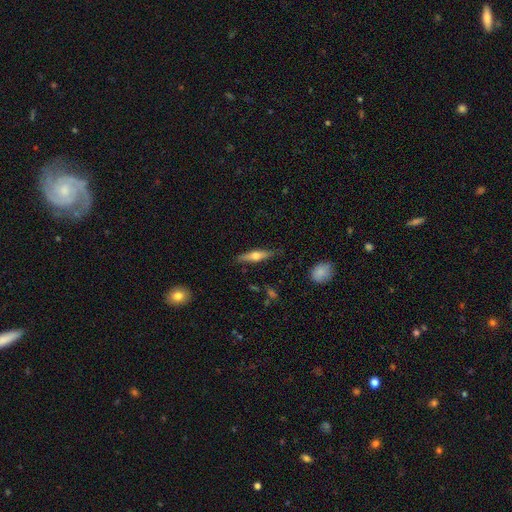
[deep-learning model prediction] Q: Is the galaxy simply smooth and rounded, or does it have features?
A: featured or disk — 52%.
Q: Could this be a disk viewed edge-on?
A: yes — 93%.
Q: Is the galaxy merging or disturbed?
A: none — 84%.